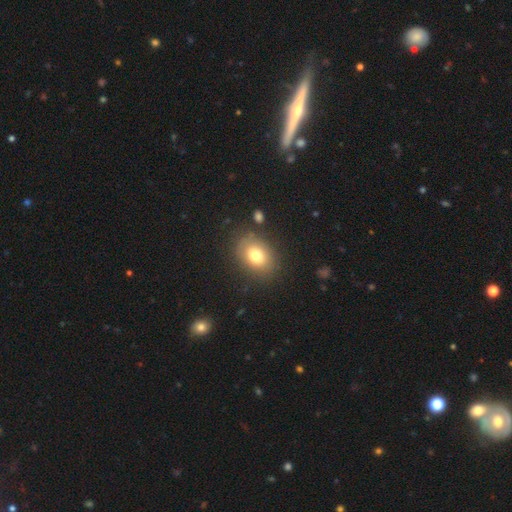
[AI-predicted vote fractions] Smooth or featured? Predicted: smooth (p=0.75). How rounded? Predicted: in between (p=0.69). Merging? Predicted: none (p=0.79).